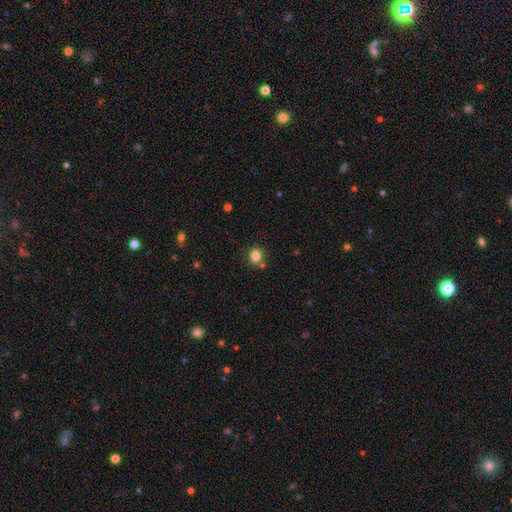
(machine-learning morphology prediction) Smooth or featured?
  - smooth: 82% *
  - star or artifact: 12%
  - featured or disk: 6%
How rounded?
  - round: 70% *
  - in between: 29%
  - cigar-shaped: 1%
Merging?
  - none: 77% *
  - minor disturbance: 11%
  - merger: 10%
  - major disturbance: 3%